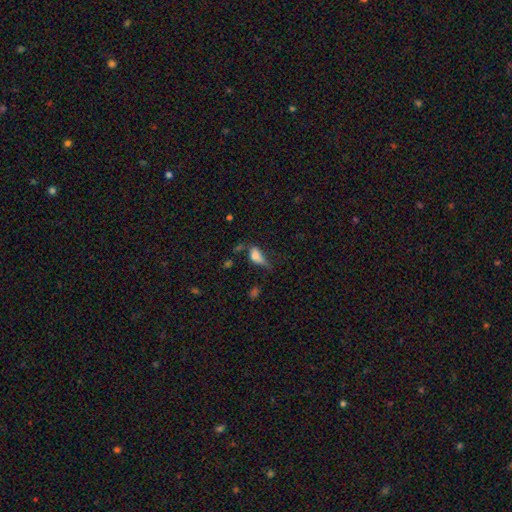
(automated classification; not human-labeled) Smooth or featured? Predicted: smooth (p=0.67). How rounded? Predicted: in between (p=0.76). Merging? Predicted: major disturbance (p=0.33).